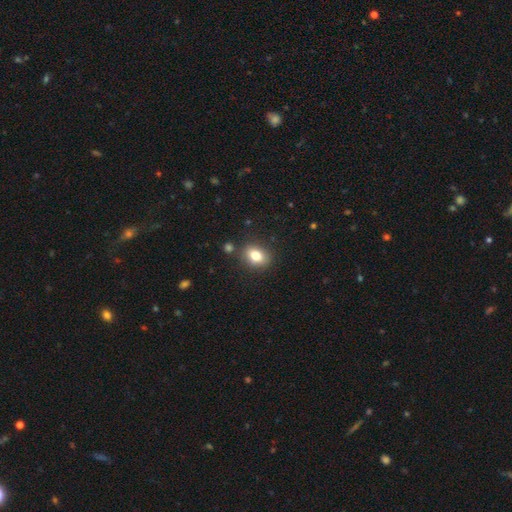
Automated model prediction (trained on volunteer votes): Overall: smooth (79%). How rounded: in between (64%; round 35%). Merging: none (82%).